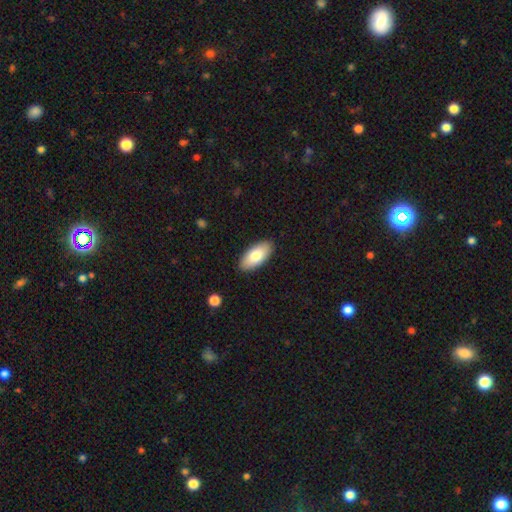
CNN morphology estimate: Smooth or featured? Predicted: smooth (p=0.80). How rounded? Predicted: in between (p=0.91). Merging? Predicted: none (p=0.89).